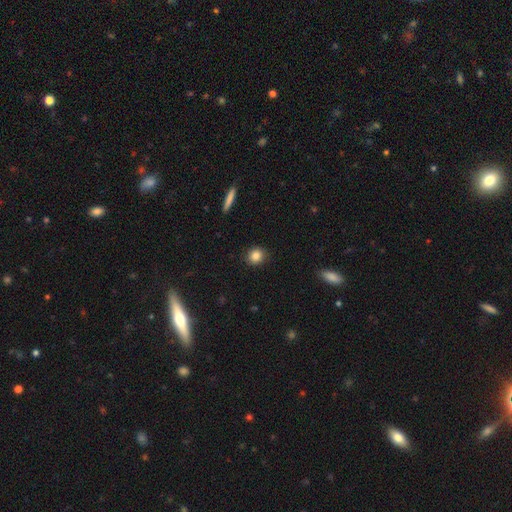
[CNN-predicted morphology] The model was most divided on "how rounded": round: 85%, in between: 14%, cigar-shaped: 1%. More confident: merging — none (89%); smooth or featured — smooth (85%).